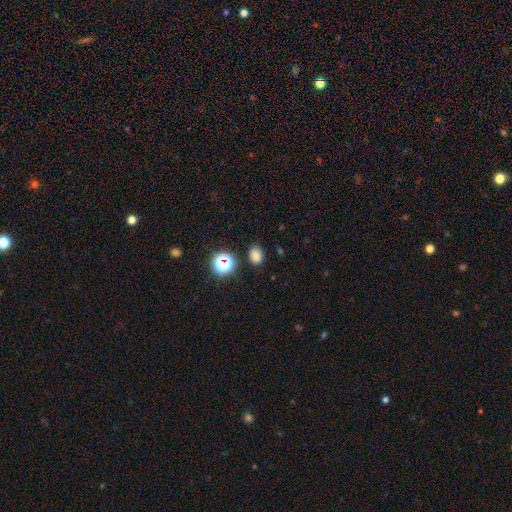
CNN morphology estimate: smooth 77%, star or artifact 18%, featured or disk 5%. Down the decision tree: how rounded — in between (64%); merging — none (81%).